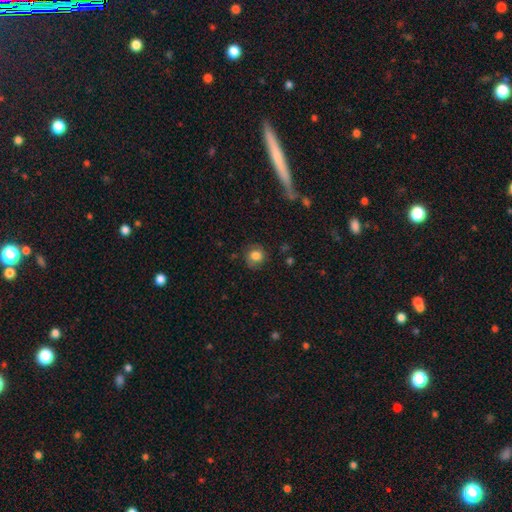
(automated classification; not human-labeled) A smooth galaxy with no disk features (79%) that is round (85%).

Vote fractions:
- Smooth or featured? smooth: 79% / featured or disk: 11% / star or artifact: 10%
- How rounded? round: 85% / in between: 14% / cigar-shaped: 1%
- Merging? none: 80% / minor disturbance: 14% / major disturbance: 5% / merger: 1%